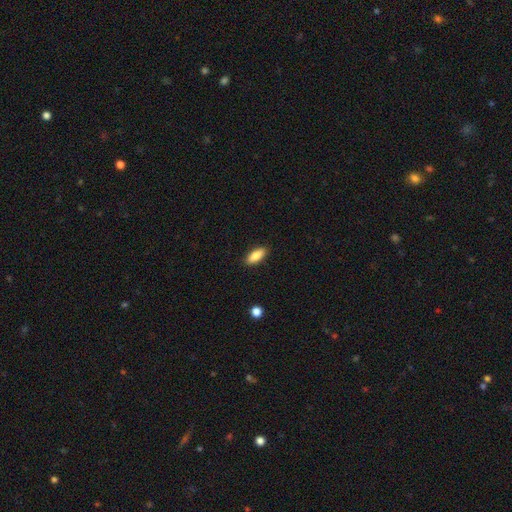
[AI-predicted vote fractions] Smooth or featured?
  - smooth: 85% *
  - featured or disk: 8%
  - star or artifact: 7%
How rounded?
  - in between: 79% *
  - cigar-shaped: 19%
  - round: 2%
Merging?
  - none: 89% *
  - minor disturbance: 8%
  - major disturbance: 2%
  - merger: 1%